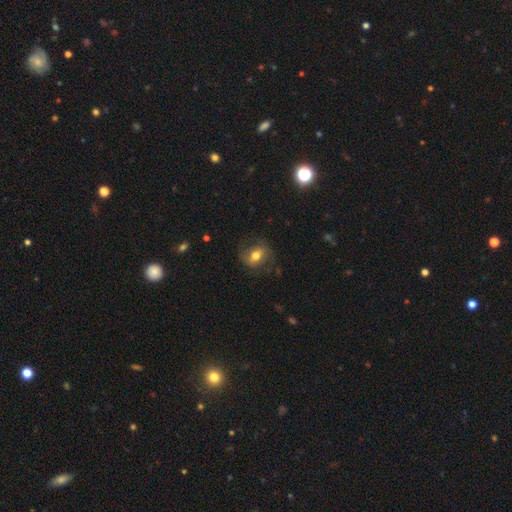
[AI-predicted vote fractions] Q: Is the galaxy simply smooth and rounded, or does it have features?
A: smooth — 59%.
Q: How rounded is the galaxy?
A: in between — 51%.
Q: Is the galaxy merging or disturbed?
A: none — 68%.